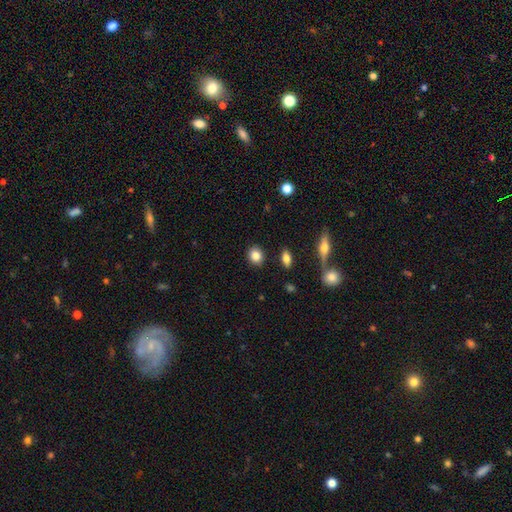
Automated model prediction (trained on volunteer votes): Q: Smooth or featured?
A: smooth (85%); runner-up: star or artifact (9%)
Q: How rounded?
A: round (70%); runner-up: in between (28%)
Q: Merging?
A: none (88%); runner-up: minor disturbance (7%)